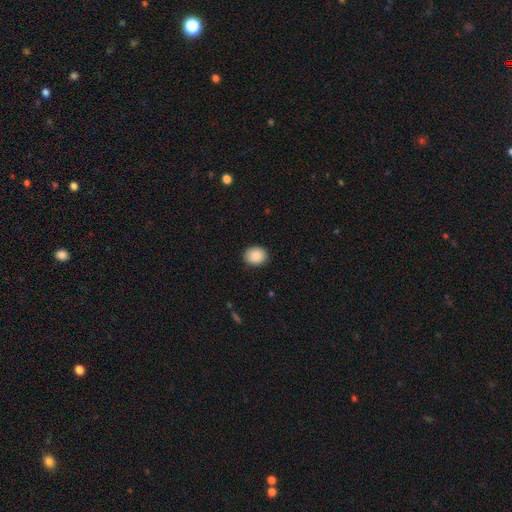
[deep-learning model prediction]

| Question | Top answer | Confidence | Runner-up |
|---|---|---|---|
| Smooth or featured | smooth | 89% | star or artifact (8%) |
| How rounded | round | 58% | in between (41%) |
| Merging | none | 90% | minor disturbance (7%) |